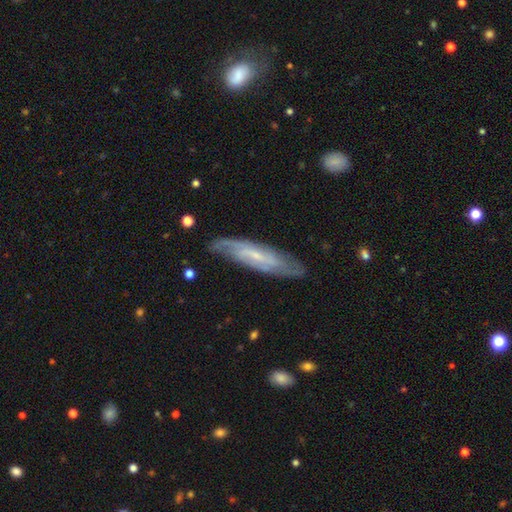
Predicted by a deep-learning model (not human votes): featured or disk 74%, smooth 20%, star or artifact 6%. Down the decision tree: edge-on disk — no (69%); bar — weak (45%); spiral arms — yes (90%); bulge size — small (68%); merging — none (79%).